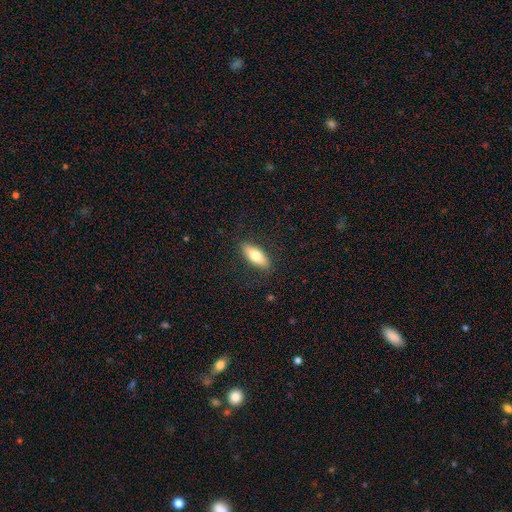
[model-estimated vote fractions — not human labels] This appears to be a smooth galaxy with no disk features (72%) that is in between round and cigar-shaped (72%). Merging: none (87%).